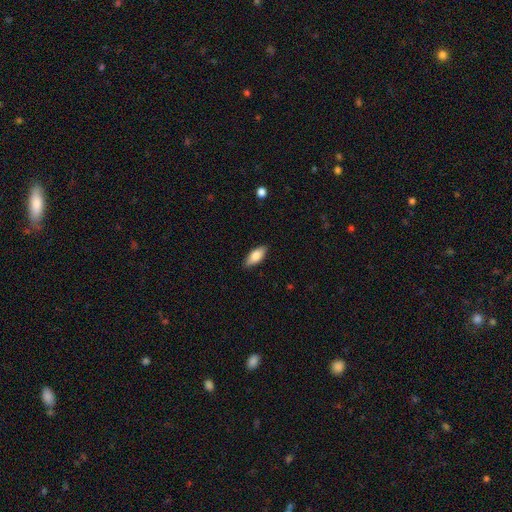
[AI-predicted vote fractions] The model was most divided on "how rounded": in between: 82%, cigar-shaped: 15%, round: 2%. More confident: merging — none (87%); smooth or featured — smooth (81%).